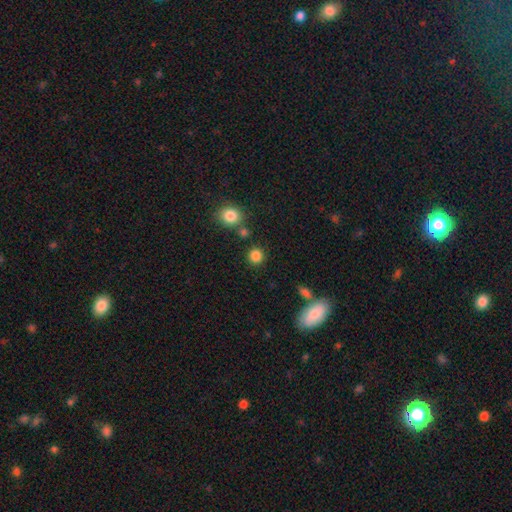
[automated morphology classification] Overall: smooth (84%). How rounded: round (91%). Merging: none (85%).